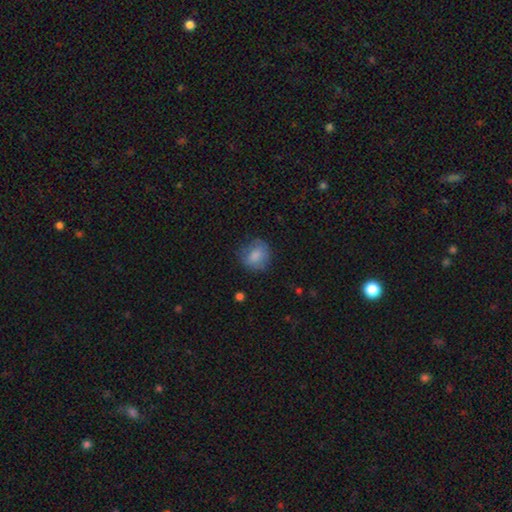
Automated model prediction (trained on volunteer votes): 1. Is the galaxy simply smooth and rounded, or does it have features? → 79% smooth, 13% featured or disk, 8% star or artifact.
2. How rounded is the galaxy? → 71% round, 28% in between, 1% cigar-shaped.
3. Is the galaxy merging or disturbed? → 67% none, 23% minor disturbance, 8% major disturbance, 1% merger.